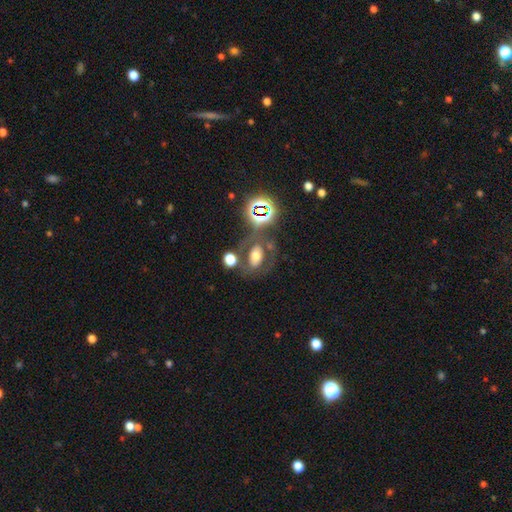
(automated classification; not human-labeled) smooth 43%, featured or disk 33%, star or artifact 24%. Down the decision tree: merging — none (57%).